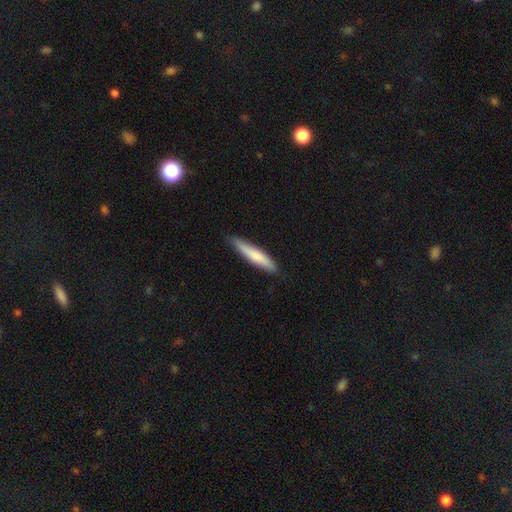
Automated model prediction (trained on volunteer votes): A smooth galaxy with no disk features (74%) that is cigar-shaped (90%). Merging: none (86%).